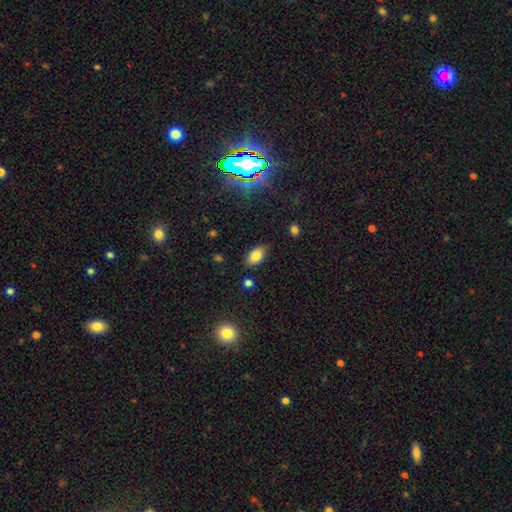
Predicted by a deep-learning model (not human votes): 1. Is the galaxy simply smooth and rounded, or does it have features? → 82% smooth, 9% star or artifact, 9% featured or disk.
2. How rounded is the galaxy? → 91% in between, 7% round, 2% cigar-shaped.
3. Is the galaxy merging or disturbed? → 80% none, 15% minor disturbance, 3% major disturbance, 2% merger.